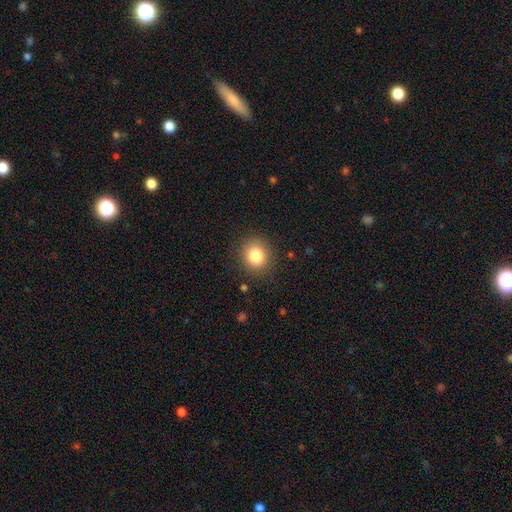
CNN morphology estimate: Smooth or featured? smooth (83%)
How rounded? round (83%)
Merging? none (88%)